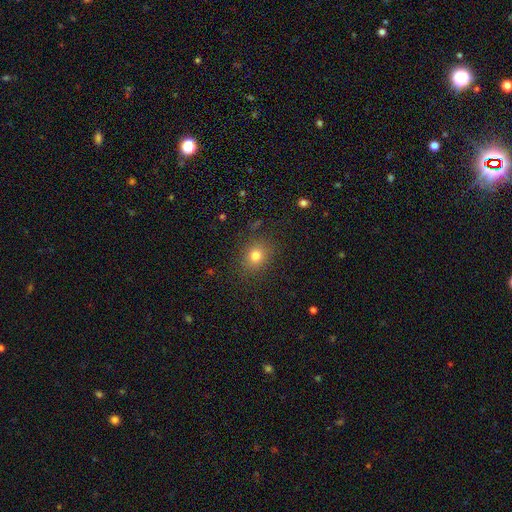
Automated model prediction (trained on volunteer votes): Smooth or featured? smooth (78%)
How rounded? round (62%)
Merging? none (84%)